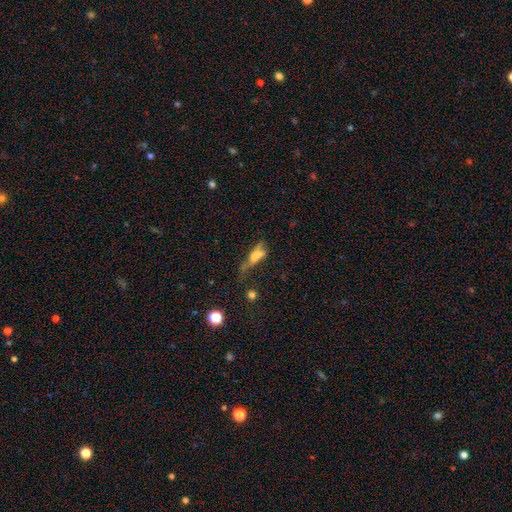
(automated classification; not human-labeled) The model was most divided on "smooth or featured": smooth: 46%, featured or disk: 39%, star or artifact: 14%. Remaining: merging — major disturbance (36%).